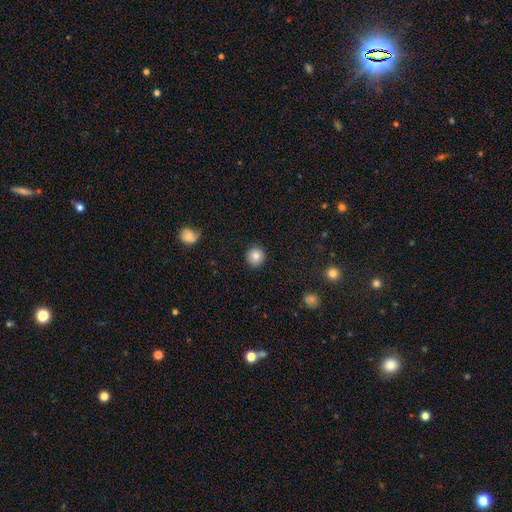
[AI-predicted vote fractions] smooth 83%, star or artifact 10%, featured or disk 7%. Down the decision tree: how rounded — round (93%); merging — none (90%).